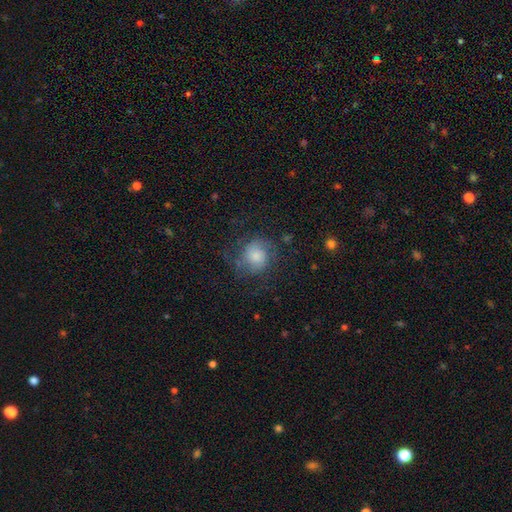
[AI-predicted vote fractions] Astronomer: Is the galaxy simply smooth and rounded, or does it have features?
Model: smooth — 50% (runner-up: featured or disk, 41%).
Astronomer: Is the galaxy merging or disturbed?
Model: none — 59%.